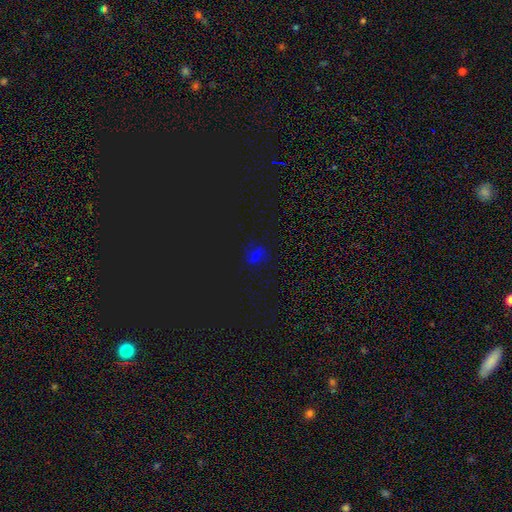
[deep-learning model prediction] Morphology: type=star or artifact (49%).